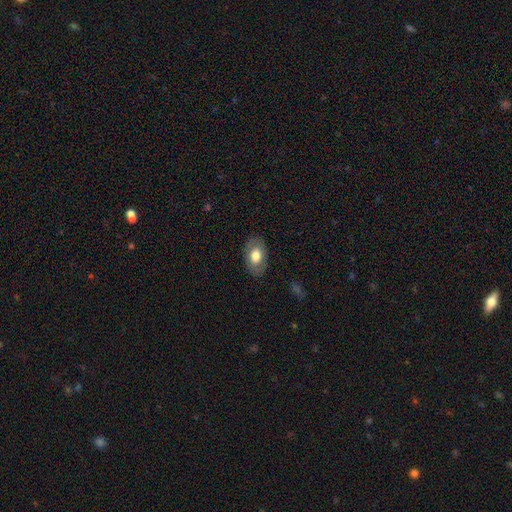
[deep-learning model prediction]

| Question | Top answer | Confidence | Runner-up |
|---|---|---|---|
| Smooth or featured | smooth | 71% | featured or disk (22%) |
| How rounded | in between | 88% | round (11%) |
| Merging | none | 85% | minor disturbance (11%) |